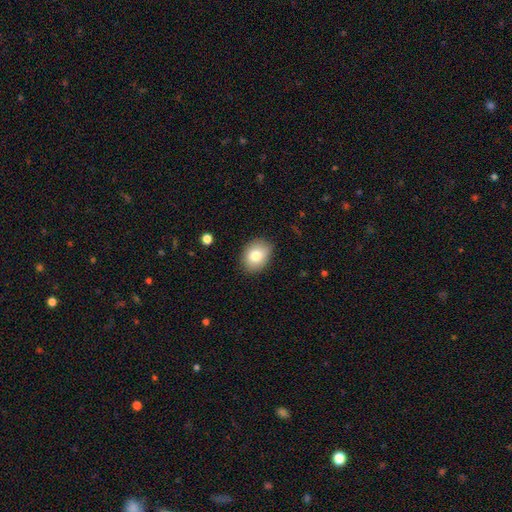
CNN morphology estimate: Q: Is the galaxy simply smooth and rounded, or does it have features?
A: smooth — 81%.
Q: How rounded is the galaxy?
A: in between — 62%.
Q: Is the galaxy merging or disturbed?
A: none — 83%.